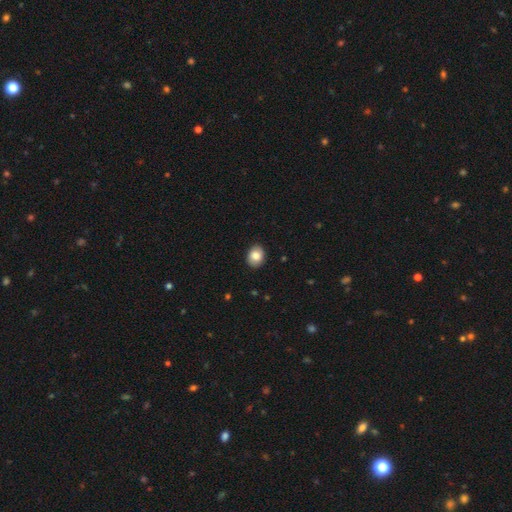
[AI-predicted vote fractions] Q: Smooth or featured?
A: smooth (84%); runner-up: featured or disk (9%)
Q: How rounded?
A: in between (56%); runner-up: round (43%)
Q: Merging?
A: none (90%); runner-up: minor disturbance (8%)